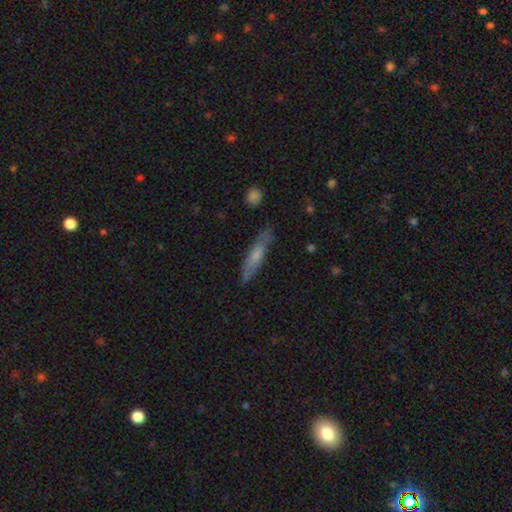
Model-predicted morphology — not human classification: Smooth or featured?
  - smooth: 57% *
  - featured or disk: 37%
  - star or artifact: 6%
How rounded?
  - cigar-shaped: 84% *
  - in between: 14%
  - round: 2%
Merging?
  - none: 79% *
  - minor disturbance: 16%
  - major disturbance: 3%
  - merger: 2%